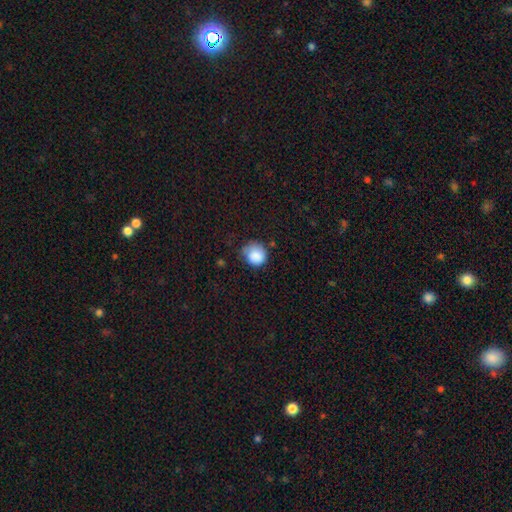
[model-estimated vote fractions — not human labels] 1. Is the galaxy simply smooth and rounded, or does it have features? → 85% smooth, 8% star or artifact, 7% featured or disk.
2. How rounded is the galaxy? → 84% round, 15% in between, 1% cigar-shaped.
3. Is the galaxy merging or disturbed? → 57% none, 30% minor disturbance, 10% major disturbance, 2% merger.